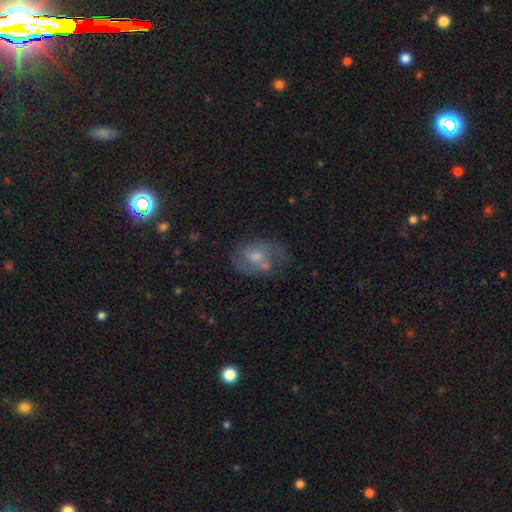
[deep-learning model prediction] Smooth or featured?
  - featured or disk: 60% *
  - smooth: 27%
  - star or artifact: 13%
Edge-on disk?
  - no: 96% *
  - yes: 4%
Bar?
  - no: 63% *
  - weak: 32%
  - strong: 5%
Spiral arms?
  - yes: 77% *
  - no: 23%
Bulge size?
  - moderate: 50% *
  - small: 36%
  - none: 7%
  - large: 6%
  - dominant: 1%
Merging?
  - none: 52% *
  - minor disturbance: 22%
  - major disturbance: 15%
  - merger: 10%